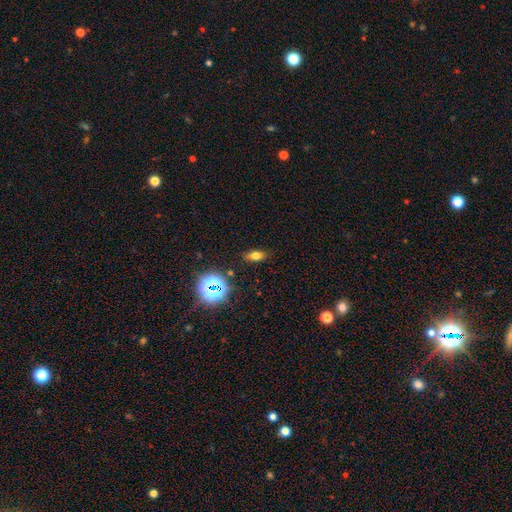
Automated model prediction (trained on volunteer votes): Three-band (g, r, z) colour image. It shows a smooth galaxy with no disk features (67%) that is in between round and cigar-shaped (74%). Merging: none (85%).